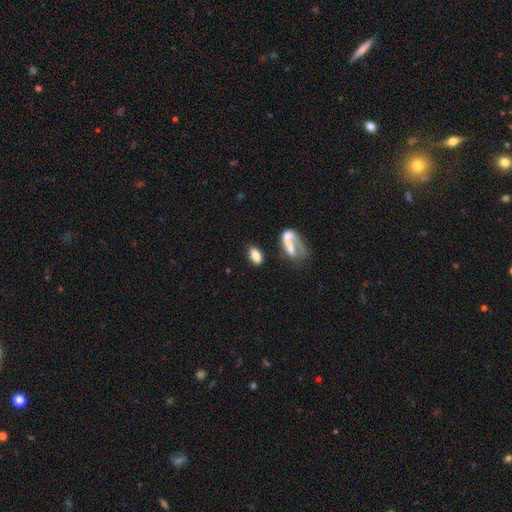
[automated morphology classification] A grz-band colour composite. It shows a smooth galaxy with no disk features (80%) that is in between round and cigar-shaped (86%). Merging: none (68%).